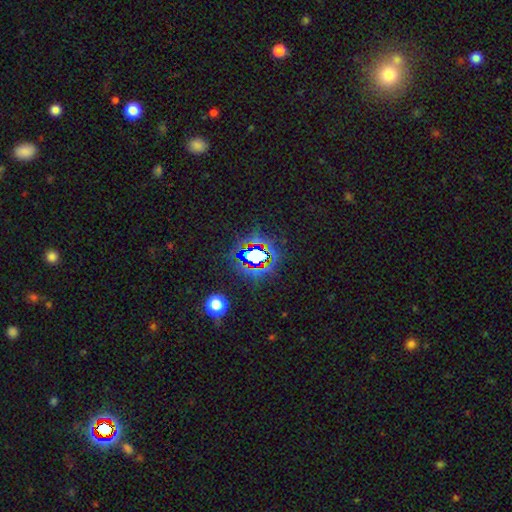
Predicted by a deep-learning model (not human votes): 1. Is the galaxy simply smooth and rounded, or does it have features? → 71% star or artifact, 17% smooth, 12% featured or disk.